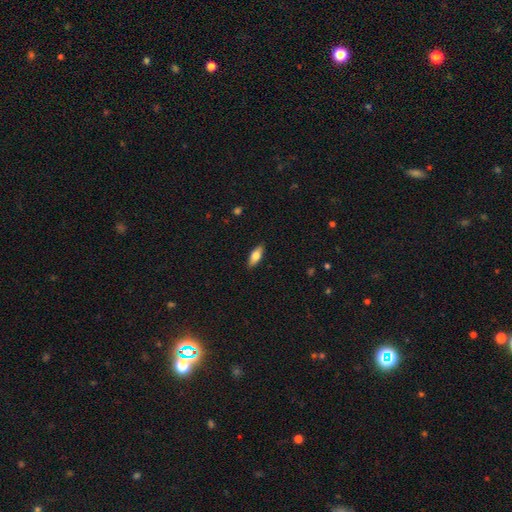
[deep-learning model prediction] Smooth or featured? smooth (71%)
How rounded? in between (75%)
Merging? none (88%)